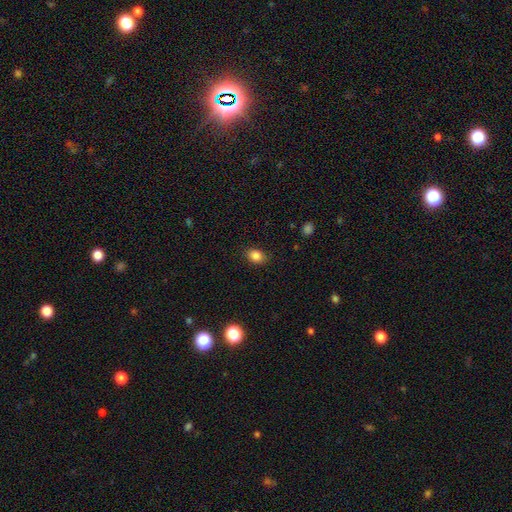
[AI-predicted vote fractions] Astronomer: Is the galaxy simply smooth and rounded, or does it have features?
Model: smooth — 85%.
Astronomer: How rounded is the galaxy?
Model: in between — 68%.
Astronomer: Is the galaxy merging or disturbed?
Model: none — 87%.